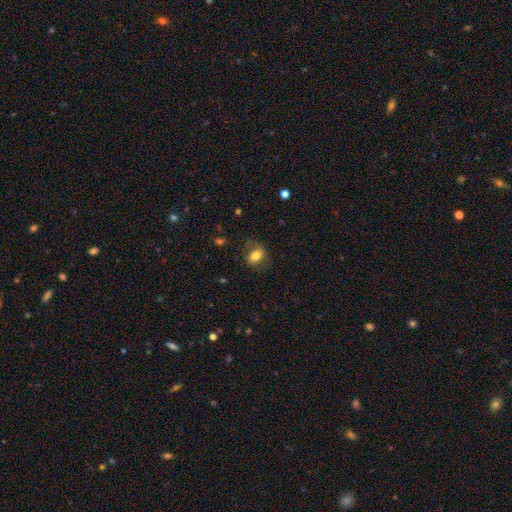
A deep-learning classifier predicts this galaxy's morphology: This is likely a smooth galaxy (71%). How rounded: likely in between (76%). Merging: likely none (70%).